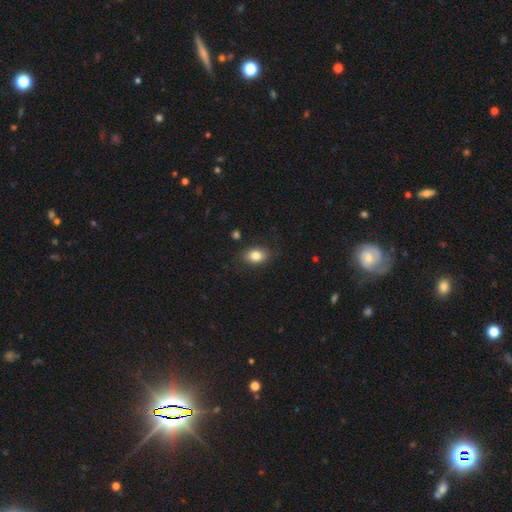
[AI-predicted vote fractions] This is clearly a smooth galaxy (83%). How rounded: likely in between (78%). Merging: clearly none (84%).